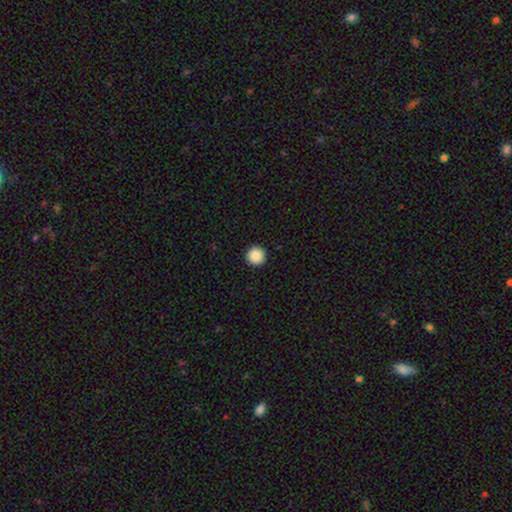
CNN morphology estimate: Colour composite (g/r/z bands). It shows a smooth galaxy with no disk features (88%) that is round (97%). Merging: none (94%).